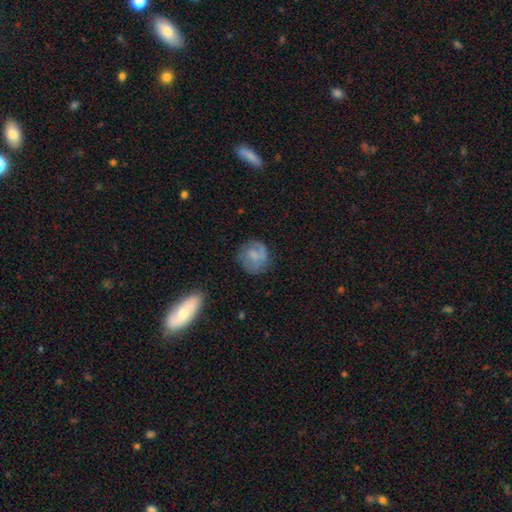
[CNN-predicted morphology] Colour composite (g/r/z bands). It shows a smooth galaxy with no disk features (54%) that is round (84%). Merging: none (67%).